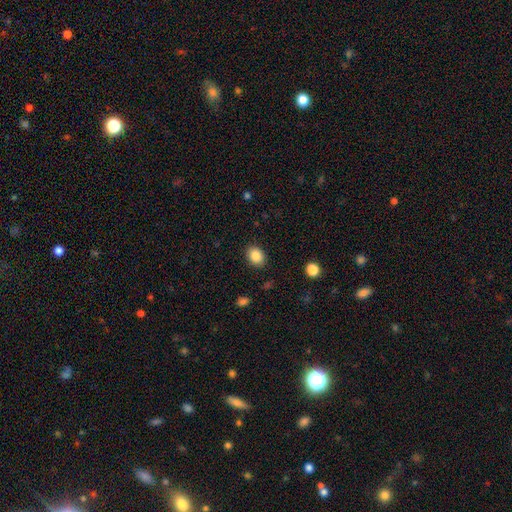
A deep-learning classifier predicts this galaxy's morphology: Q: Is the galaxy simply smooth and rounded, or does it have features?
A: smooth — 86%.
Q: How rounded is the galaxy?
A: in between — 62%.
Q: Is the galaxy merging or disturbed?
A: none — 87%.